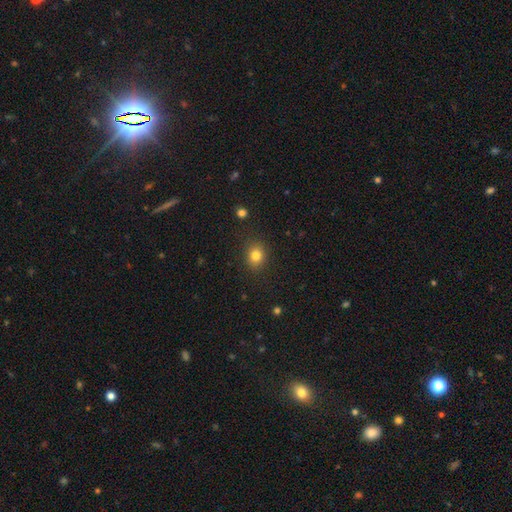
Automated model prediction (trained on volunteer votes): Q: Smooth or featured?
A: smooth (82%); runner-up: star or artifact (12%)
Q: How rounded?
A: round (66%); runner-up: in between (33%)
Q: Merging?
A: none (88%); runner-up: minor disturbance (8%)